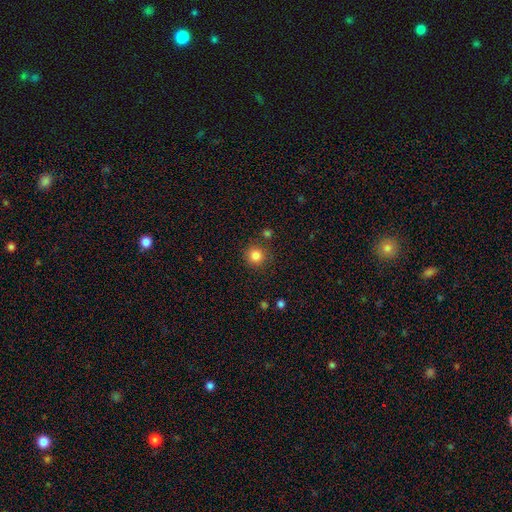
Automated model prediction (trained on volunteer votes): This is clearly a smooth galaxy (84%). How rounded: clearly round (93%). Merging: clearly none (85%).